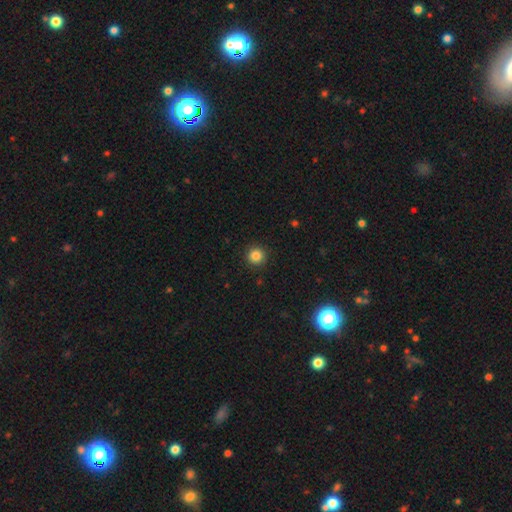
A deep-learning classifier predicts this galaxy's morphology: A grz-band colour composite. It shows a smooth galaxy with no disk features (84%) that is round (95%). Merging: none (92%).